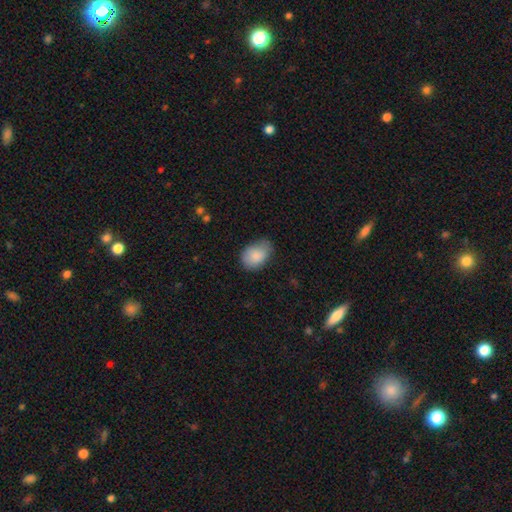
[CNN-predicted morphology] smooth-or-featured: smooth: 86% | featured or disk: 7% | star or artifact: 7%
  how-rounded: in between: 78% | round: 21% | cigar-shaped: 1%
  merging: none: 61% | minor disturbance: 31% | major disturbance: 6% | merger: 2%